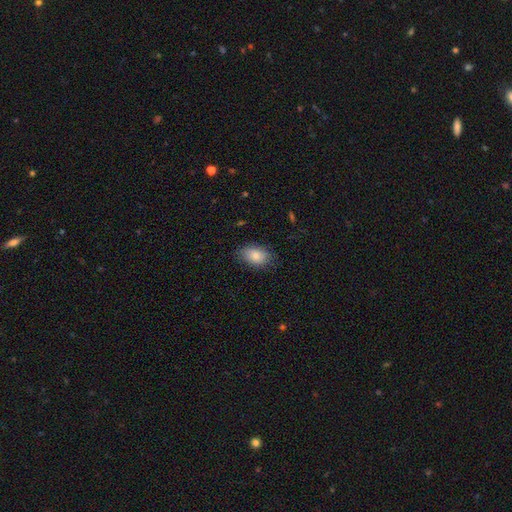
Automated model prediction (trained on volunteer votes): This appears to be a smooth galaxy with no disk features (83%) that is in between round and cigar-shaped (88%). Merging: none (78%).